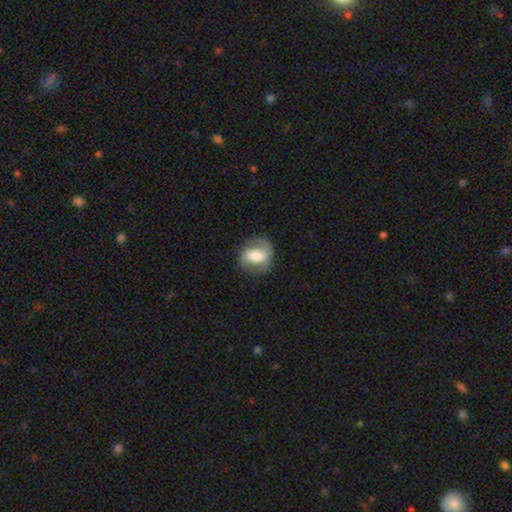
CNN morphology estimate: Overall: featured or disk (57%; smooth 37%). Edge-on disk: no (94%). Bar: strong (39%; weak 36%). Spiral arms: yes (70%; no 30%). Bulge size: moderate (57%; large 22%). Merging: none (77%).